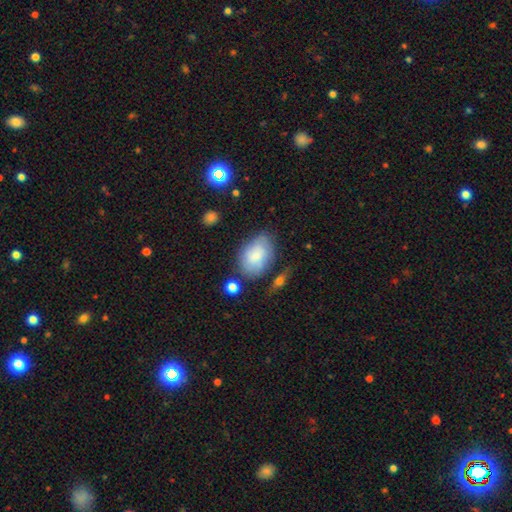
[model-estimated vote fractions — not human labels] This appears to be a smooth galaxy with no disk features (73%) that is in between round and cigar-shaped (87%). Merging: none (62%).